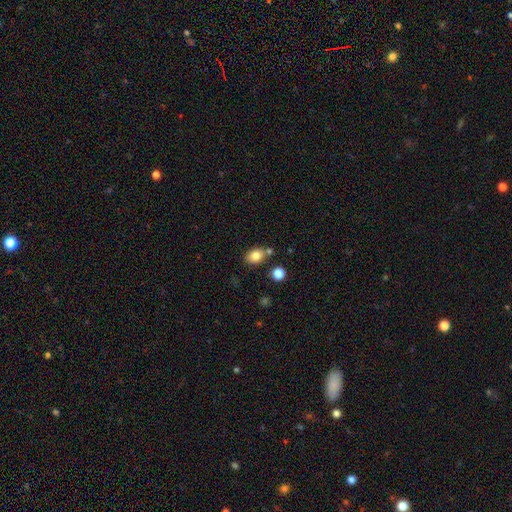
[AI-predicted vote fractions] Q: Smooth or featured?
A: smooth (82%); runner-up: star or artifact (10%)
Q: How rounded?
A: in between (61%); runner-up: round (38%)
Q: Merging?
A: none (69%); runner-up: minor disturbance (14%)